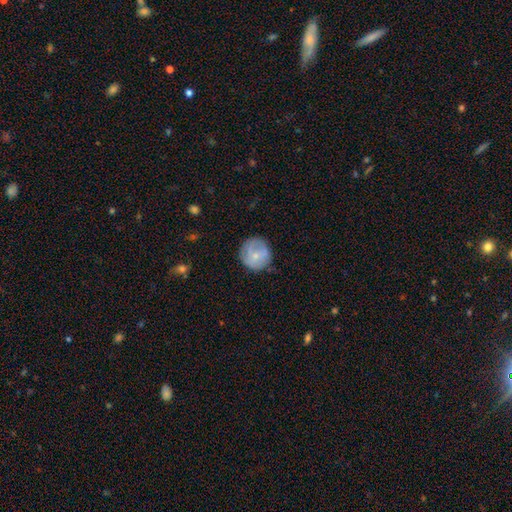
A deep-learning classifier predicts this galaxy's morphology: smooth-or-featured: smooth: 63% | featured or disk: 30% | star or artifact: 7%
  how-rounded: round: 93% | in between: 6% | cigar-shaped: 1%
  merging: none: 77% | minor disturbance: 17% | major disturbance: 5% | merger: 1%